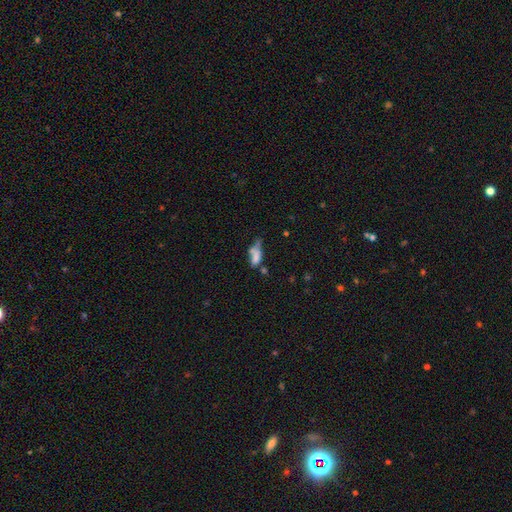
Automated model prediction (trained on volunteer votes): The model was most divided on "merging": merger: 34%, none: 24%, major disturbance: 22%, minor disturbance: 20%. More confident: how rounded — in between (74%); smooth or featured — smooth (60%).